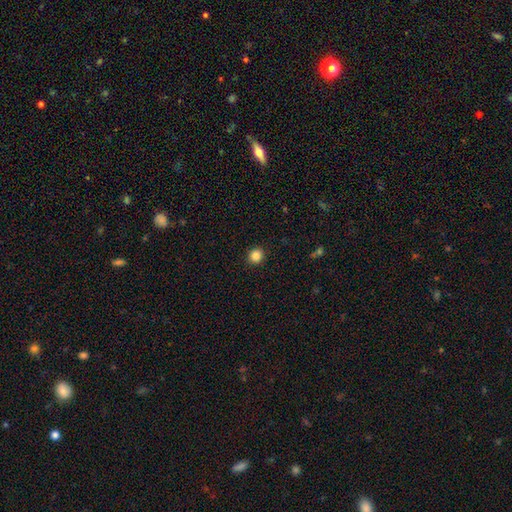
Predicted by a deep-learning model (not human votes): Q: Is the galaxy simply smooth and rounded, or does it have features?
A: smooth — 85%.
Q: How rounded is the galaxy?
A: round — 91%.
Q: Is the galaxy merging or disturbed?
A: none — 93%.